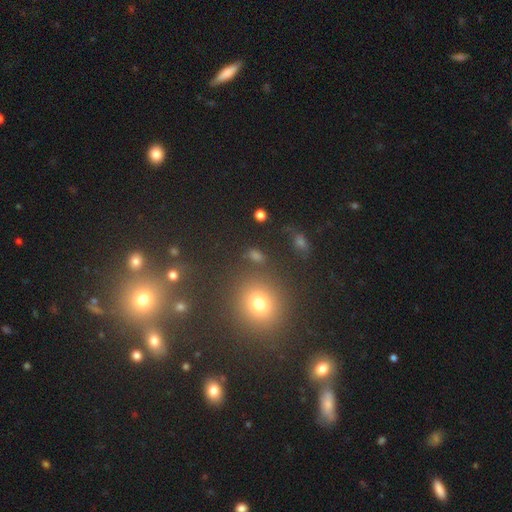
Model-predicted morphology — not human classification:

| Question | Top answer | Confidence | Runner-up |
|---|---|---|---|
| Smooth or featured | smooth | 54% | star or artifact (37%) |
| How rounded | round | 75% | in between (22%) |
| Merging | none | 83% | minor disturbance (8%) |